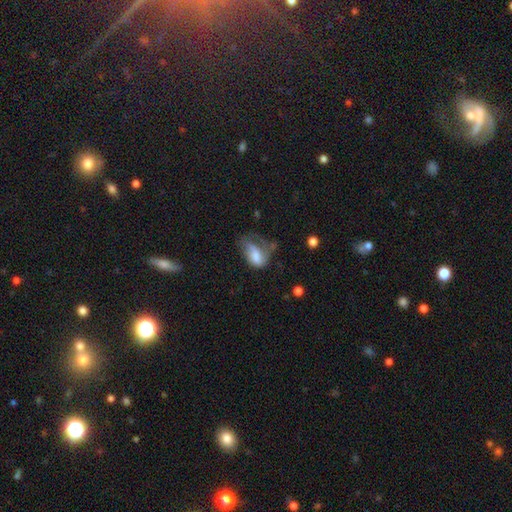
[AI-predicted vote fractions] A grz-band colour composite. It shows a smooth galaxy with no disk features (57%) that is in between round and cigar-shaped (87%). Merging: major disturbance (46%).